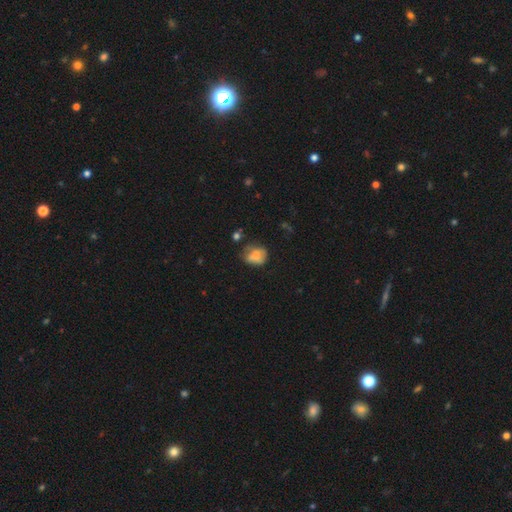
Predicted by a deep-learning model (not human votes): This appears to be a smooth galaxy with no disk features (71%) that is round (53%). Merging: none (46%).